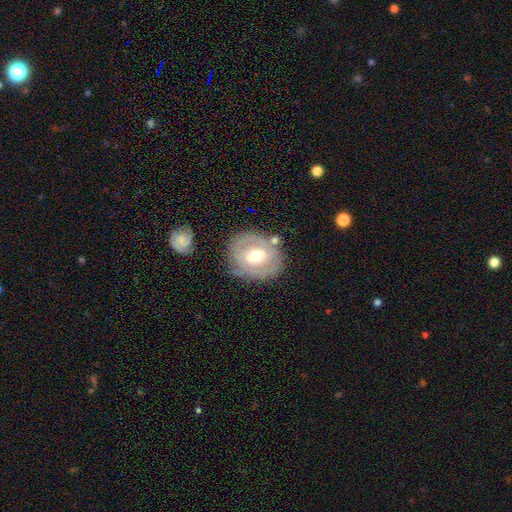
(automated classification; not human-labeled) A featured or disk galaxy (61%) with no bar (44%), spiral arms (50%, tied with no) and a moderate central bulge (75%). Merging: none (69%).